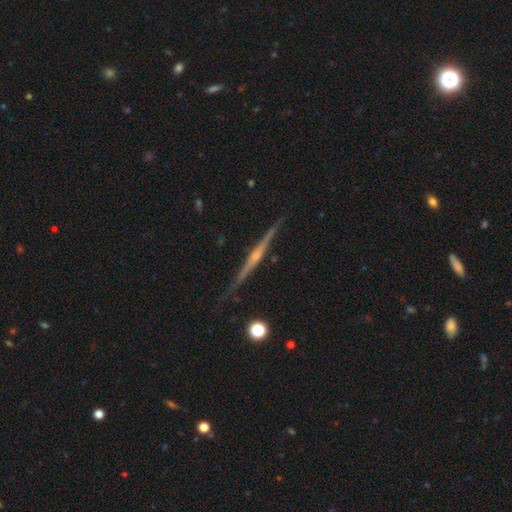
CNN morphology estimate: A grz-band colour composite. It shows a featured or disk galaxy (85%) viewed edge-on (98%) with a rounded central bulge (77%). Merging: none (90%).